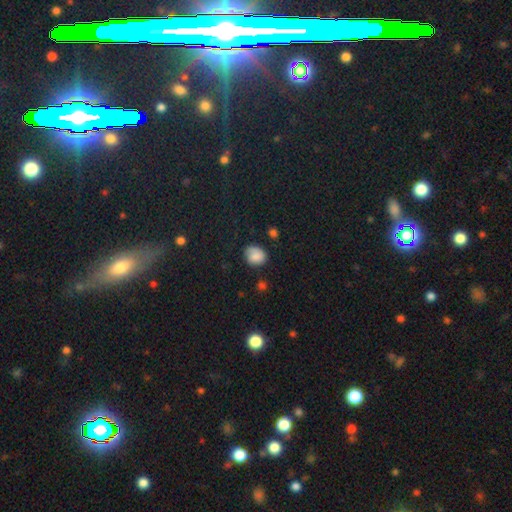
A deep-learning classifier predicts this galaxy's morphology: A smooth galaxy with no disk features (78%) that is round (62%).

Vote fractions:
- Smooth or featured? smooth: 78% / featured or disk: 12% / star or artifact: 10%
- How rounded? round: 62% / in between: 37% / cigar-shaped: 1%
- Merging? none: 66% / minor disturbance: 24% / major disturbance: 7% / merger: 3%